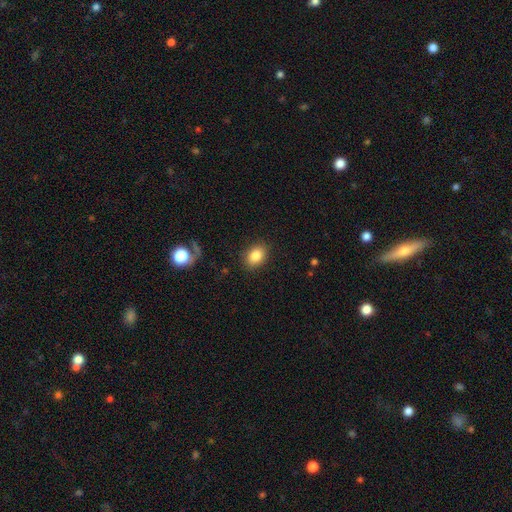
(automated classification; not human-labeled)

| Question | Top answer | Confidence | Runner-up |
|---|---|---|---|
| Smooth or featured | smooth | 84% | star or artifact (9%) |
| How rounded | in between | 69% | round (30%) |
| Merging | none | 87% | minor disturbance (9%) |